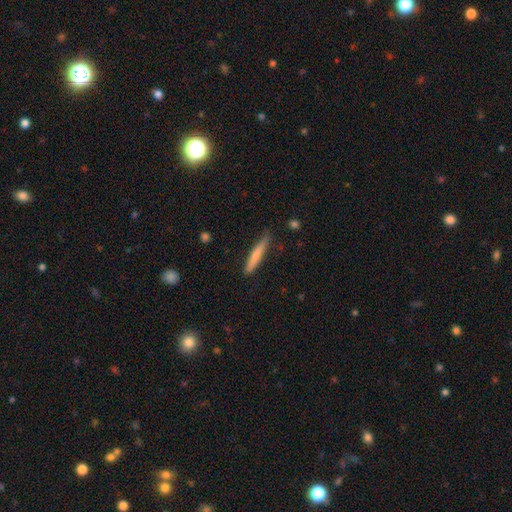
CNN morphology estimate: Smooth or featured? smooth (69%)
How rounded? cigar-shaped (93%)
Merging? none (81%)